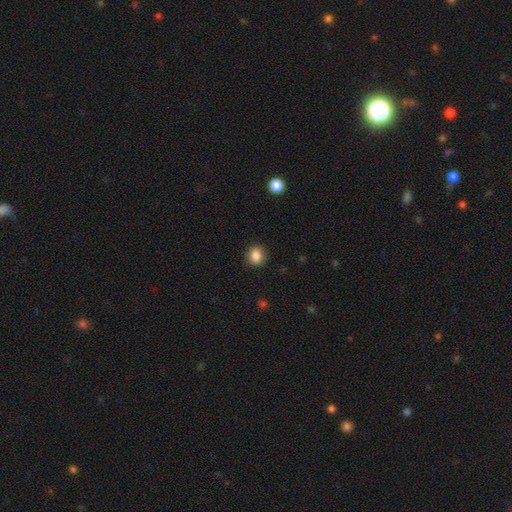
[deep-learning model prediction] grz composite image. It shows a smooth galaxy with no disk features (86%) that is round (71%). Merging: none (89%).